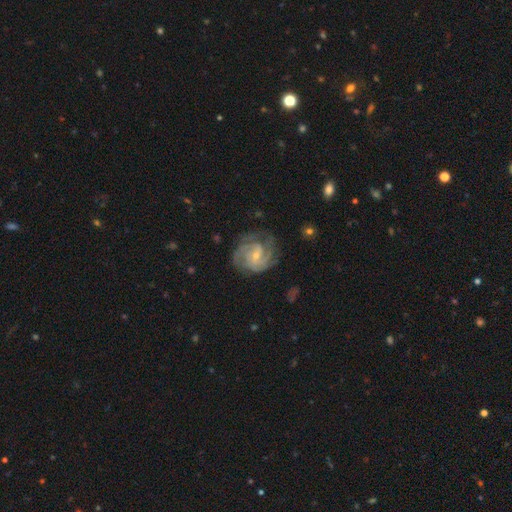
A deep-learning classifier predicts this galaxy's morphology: A featured or disk galaxy (85%) with no bar (52%), 3 (33%) tight (52%) spiral arms (96%) and a small central bulge (68%).

Vote fractions:
- Smooth or featured? featured or disk: 85% / smooth: 10% / star or artifact: 5%
- Edge-on disk? no: 98% / yes: 2%
- Bar? no: 52% / weak: 39% / strong: 8%
- Spiral arms? yes: 96% / no: 4%
- Spiral winding? tight: 52% / medium: 39% / loose: 9%
- Spiral arm count? 3: 33% / 2: 25% / can't tell: 21% / 4: 11% / 1: 5% / more than 4: 5%
- Bulge size? small: 68% / moderate: 28% / none: 2% / large: 1% / dominant: 1%
- Merging? none: 69% / minor disturbance: 19% / major disturbance: 10% / merger: 1%